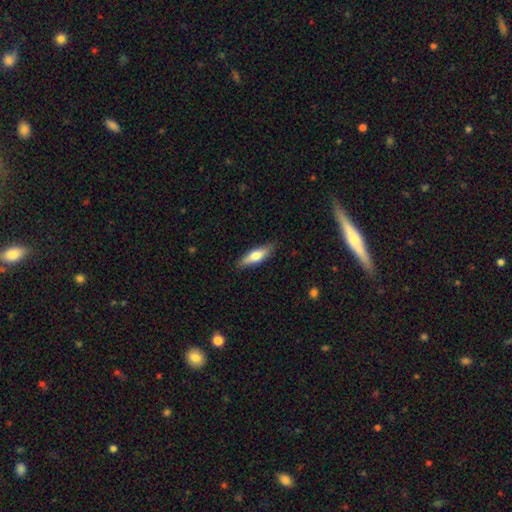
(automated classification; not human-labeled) This is likely a smooth galaxy (65%). How rounded: possibly cigar-shaped (52%). Merging: clearly none (85%).